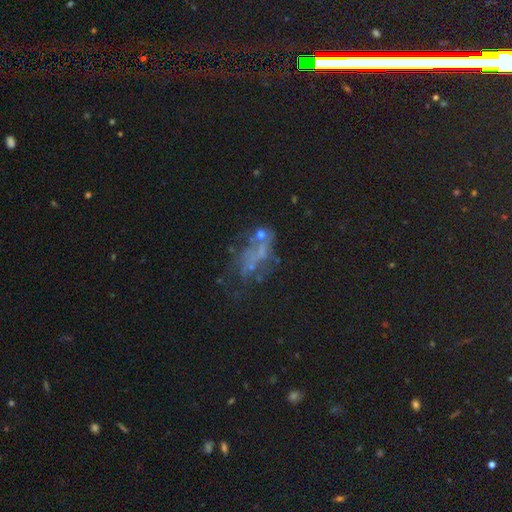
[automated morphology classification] featured or disk 49%, smooth 26%, star or artifact 25%. Down the decision tree: merging — none (38%).